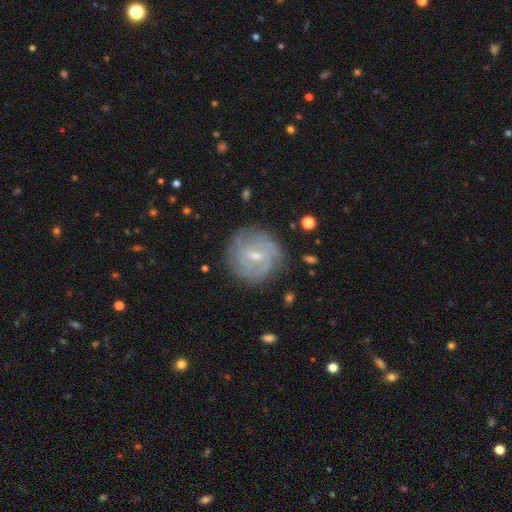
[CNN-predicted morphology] A featured or disk galaxy (77%) with a weak bar (60%), tight (67%) spiral arms (90%) and a small central bulge (53%). Merging: none (79%).